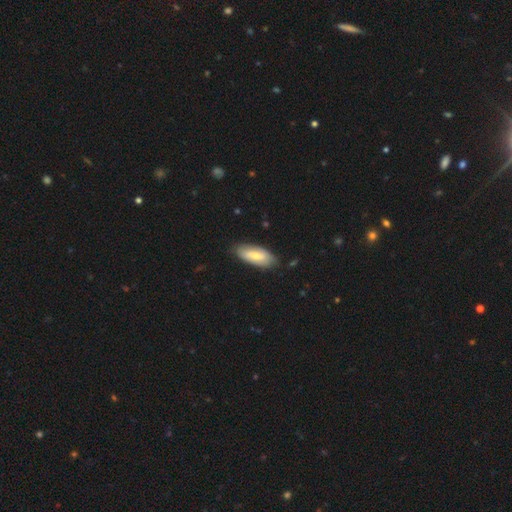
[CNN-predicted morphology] This appears to be a smooth galaxy with no disk features (69%) that is in between round and cigar-shaped (80%). Merging: none (81%).